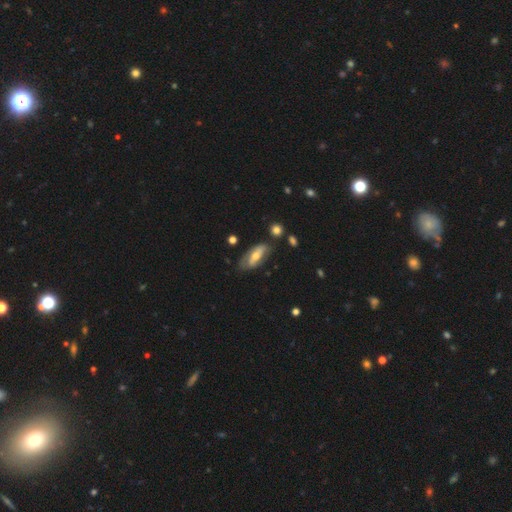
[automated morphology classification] Smooth or featured? Predicted: featured or disk (p=0.56). Edge-on disk? Predicted: no (p=0.75). Merging? Predicted: none (p=0.63).